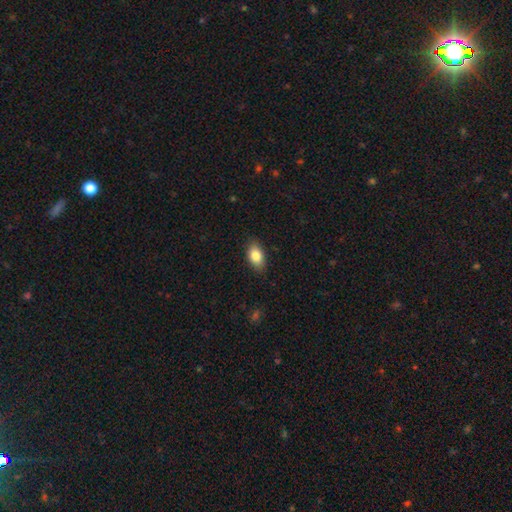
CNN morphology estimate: Smooth or featured: smooth — 84% (featured or disk — 8%)
How rounded: in between — 90% (round — 7%)
Merging: none — 85% (minor disturbance — 11%)